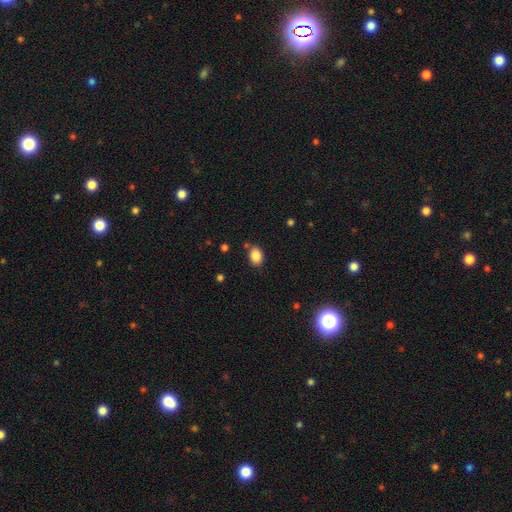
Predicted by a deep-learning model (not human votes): A smooth galaxy with no disk features (86%) that is in between round and cigar-shaped (69%). Merging: none (80%).